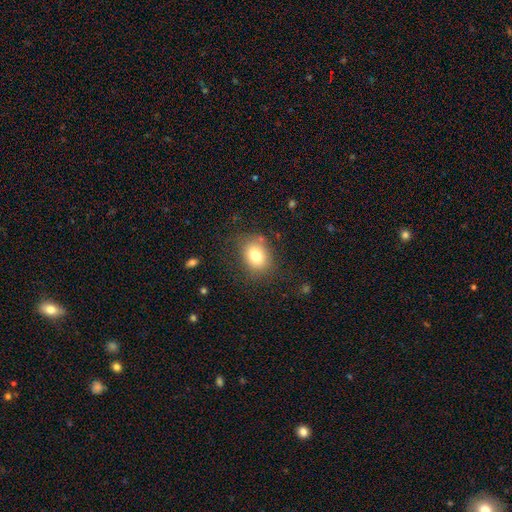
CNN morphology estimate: Smooth or featured? smooth (77%)
How rounded? in between (50%)
Merging? none (79%)